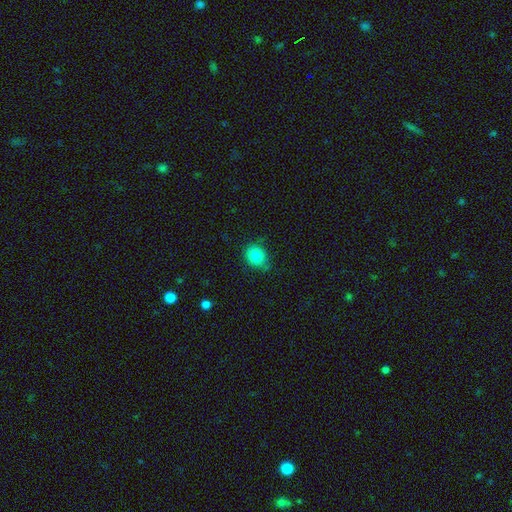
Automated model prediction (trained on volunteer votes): Smooth or featured? Predicted: smooth (p=0.84). How rounded? Predicted: round (p=0.64). Merging? Predicted: none (p=0.68).